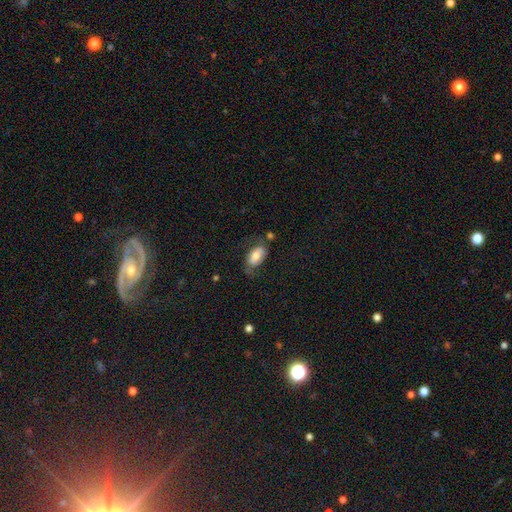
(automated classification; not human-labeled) Overall: smooth (68%). How rounded: in between (92%). Merging: none (55%; minor disturbance 25%).